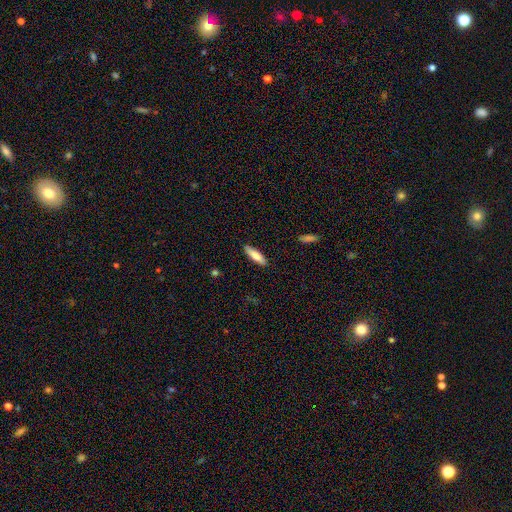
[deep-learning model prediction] The model was most divided on "how rounded": cigar-shaped: 59%, in between: 39%, round: 1%. More confident: merging — none (88%); smooth or featured — smooth (80%).